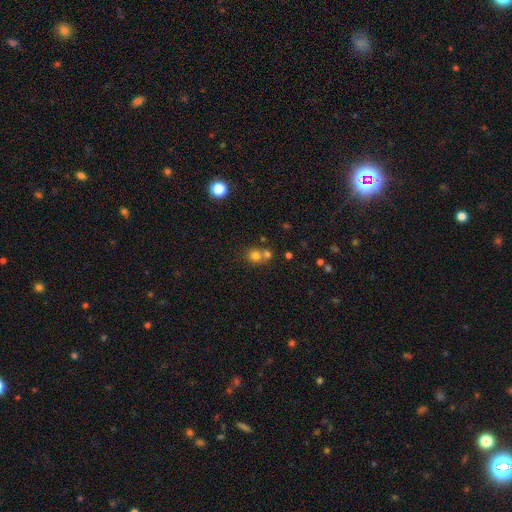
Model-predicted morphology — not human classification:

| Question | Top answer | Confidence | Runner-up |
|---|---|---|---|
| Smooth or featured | smooth | 74% | star or artifact (15%) |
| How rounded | round | 82% | in between (17%) |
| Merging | none | 46% | merger (44%) |